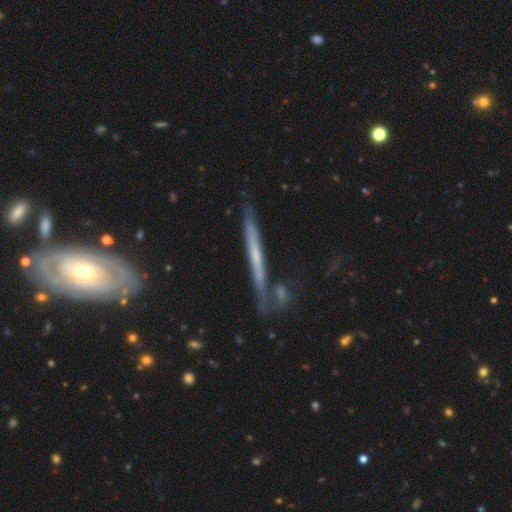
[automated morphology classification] smooth-or-featured: featured or disk: 62% | smooth: 31% | star or artifact: 7%
  disk-edge-on: yes: 91% | no: 9%
    edge-on-bulge: none: 76% | rounded: 17% | boxy: 8%
  merging: none: 70% | minor disturbance: 16% | merger: 9% | major disturbance: 5%